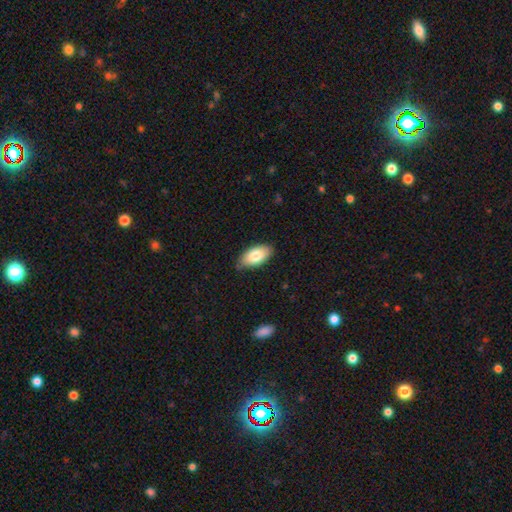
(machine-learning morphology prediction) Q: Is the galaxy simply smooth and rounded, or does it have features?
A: smooth — 80%.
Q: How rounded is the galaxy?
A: in between — 94%.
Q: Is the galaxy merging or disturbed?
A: none — 78%.